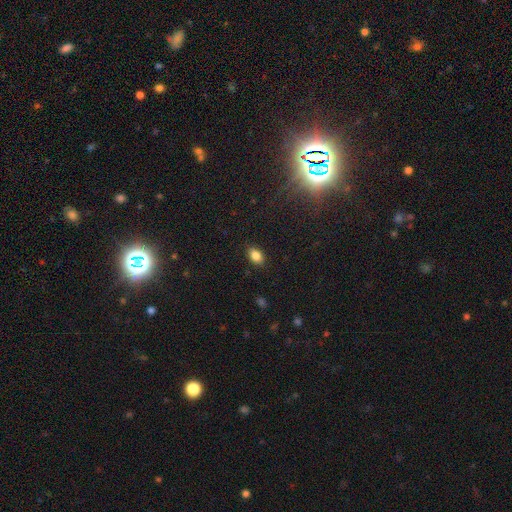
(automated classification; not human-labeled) smooth-or-featured: smooth: 85% | star or artifact: 9% | featured or disk: 5%
  how-rounded: in between: 86% | round: 12% | cigar-shaped: 2%
  merging: none: 88% | minor disturbance: 9% | major disturbance: 2% | merger: 1%